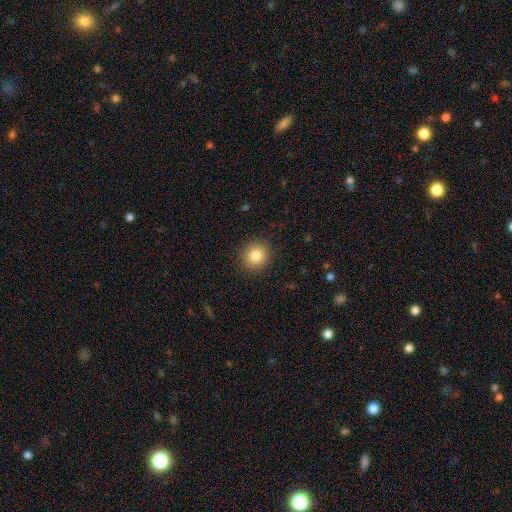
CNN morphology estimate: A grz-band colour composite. It shows a smooth galaxy with no disk features (84%) that is round (85%). Merging: none (90%).